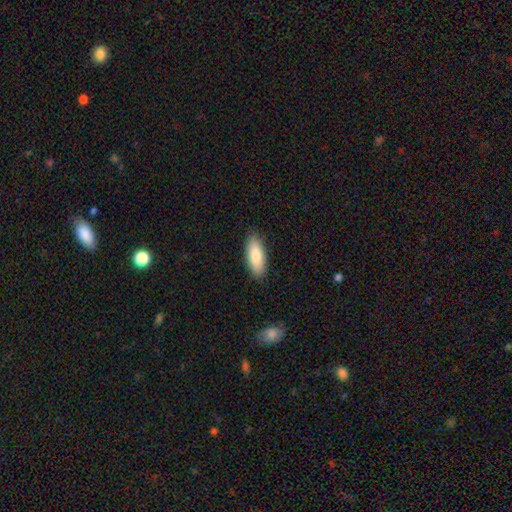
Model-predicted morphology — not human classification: Smooth or featured: smooth — 81% (featured or disk — 13%)
How rounded: in between — 74% (cigar-shaped — 24%)
Merging: none — 88% (minor disturbance — 9%)